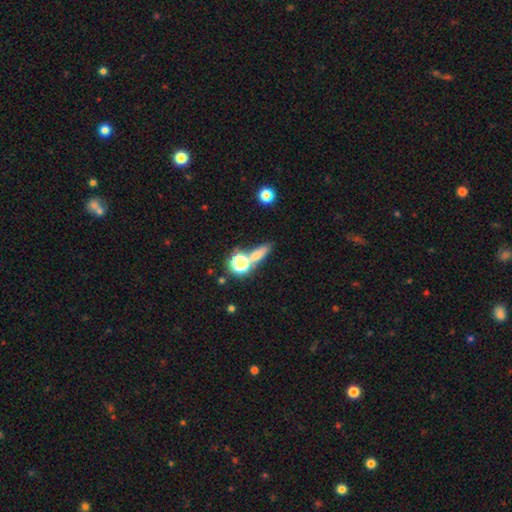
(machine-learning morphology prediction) smooth 63%, star or artifact 24%, featured or disk 14%. Down the decision tree: how rounded — in between (37%); merging — none (58%).